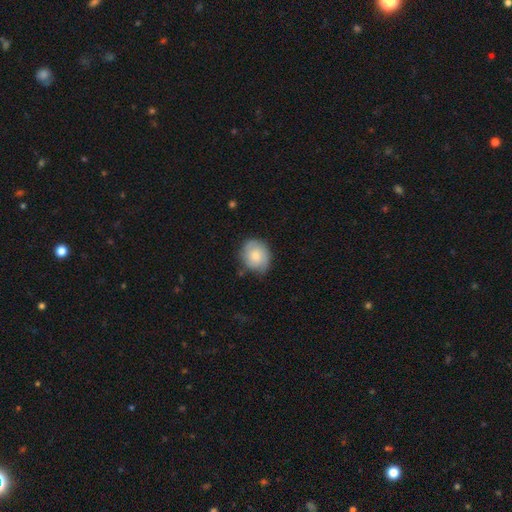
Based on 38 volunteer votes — Overall: featured or disk (53%; smooth 45%). Edge-on disk: no (100%). Bar: no (75%). Spiral arms: yes (75%). Spiral arm count: 2 (33%; can't tell 27%). Spiral winding: tight (60%; medium 20%). Bulge size: moderate (40%; small 35%). Merging: none (76%).